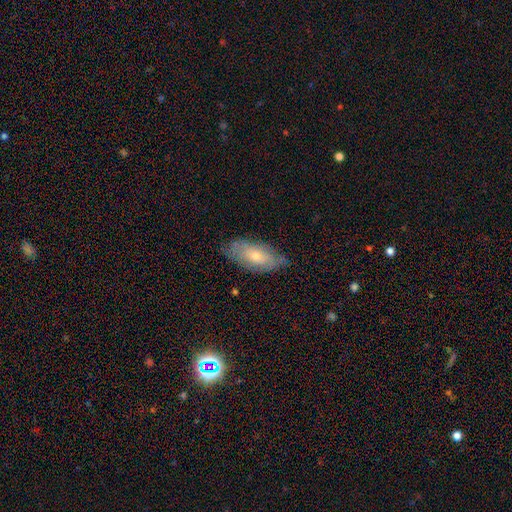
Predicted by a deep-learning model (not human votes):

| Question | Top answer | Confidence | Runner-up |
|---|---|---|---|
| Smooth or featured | smooth | 51% | featured or disk (40%) |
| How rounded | in between | 86% | cigar-shaped (10%) |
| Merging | none | 69% | minor disturbance (24%) |